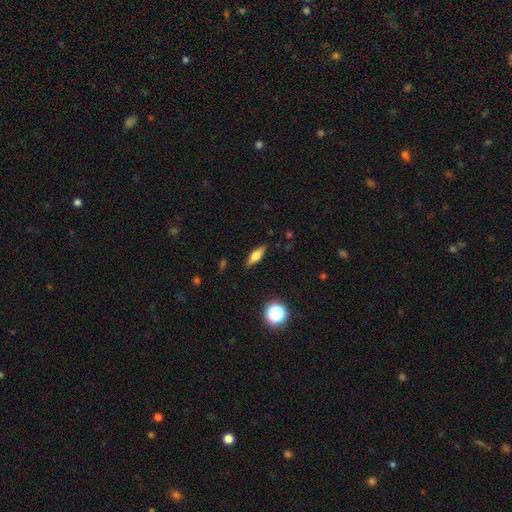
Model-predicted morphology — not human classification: smooth 54%, featured or disk 36%, star or artifact 10%. Down the decision tree: how rounded — in between (54%); merging — none (87%).